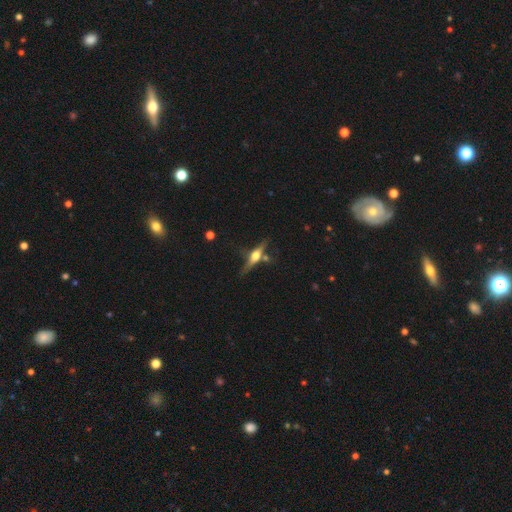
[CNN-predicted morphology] Smooth or featured: featured or disk — 72% (smooth — 21%)
Edge-on disk: yes — 95% (no — 5%)
Edge-on bulge: rounded — 94% (boxy — 4%)
Merging: none — 69% (minor disturbance — 16%)